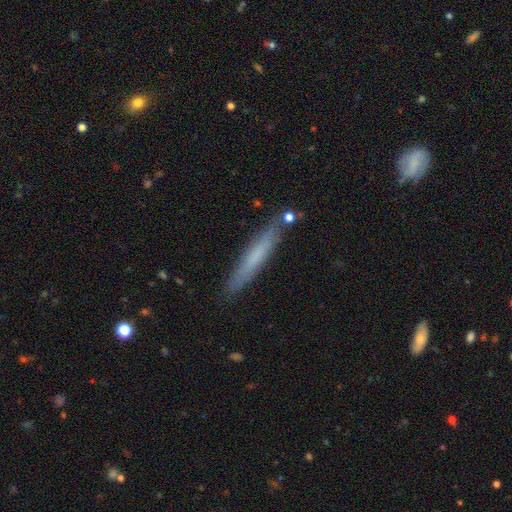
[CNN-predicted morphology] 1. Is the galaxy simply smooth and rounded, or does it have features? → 61% smooth, 33% featured or disk, 7% star or artifact.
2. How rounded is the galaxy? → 95% cigar-shaped, 4% in between, 1% round.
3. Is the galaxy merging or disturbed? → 85% none, 10% minor disturbance, 3% merger, 2% major disturbance.